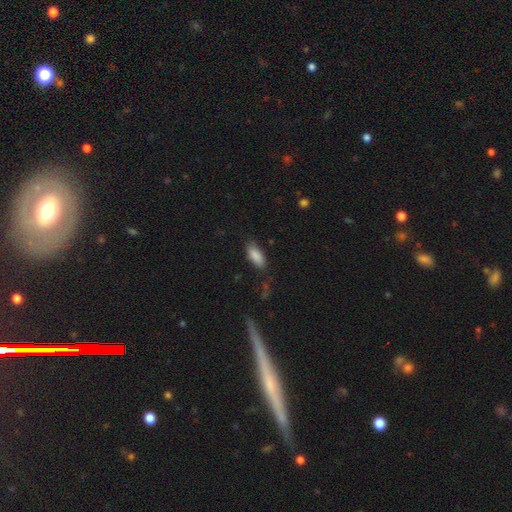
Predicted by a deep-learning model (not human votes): A smooth galaxy with no disk features (88%) that is in between round and cigar-shaped (86%). Merging: none (77%).